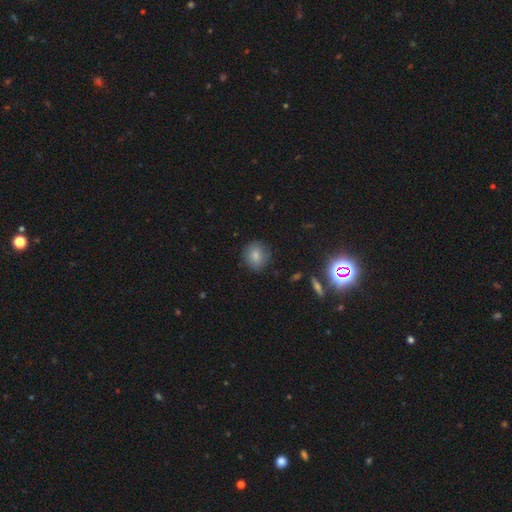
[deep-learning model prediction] A smooth galaxy with no disk features (82%) that is round (82%).

Vote fractions:
- Smooth or featured? smooth: 82% / star or artifact: 10% / featured or disk: 8%
- How rounded? round: 82% / in between: 17% / cigar-shaped: 1%
- Merging? none: 85% / minor disturbance: 11% / major disturbance: 3% / merger: 1%